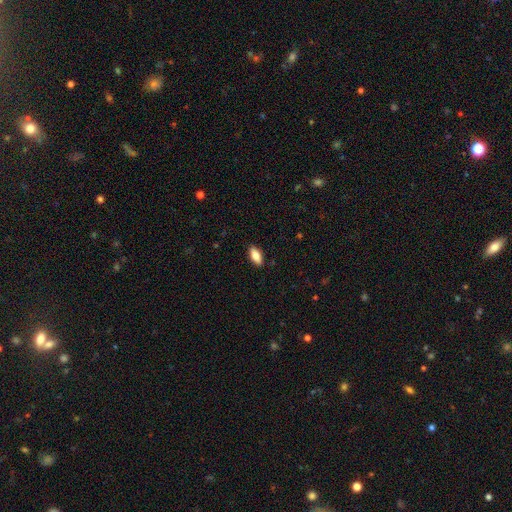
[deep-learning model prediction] smooth_or_featured: smooth (p=0.83) [alt: featured or disk p=0.10]
how_rounded: in between (p=0.85) [alt: cigar-shaped p=0.12]
merging: none (p=0.88) [alt: minor disturbance p=0.09]